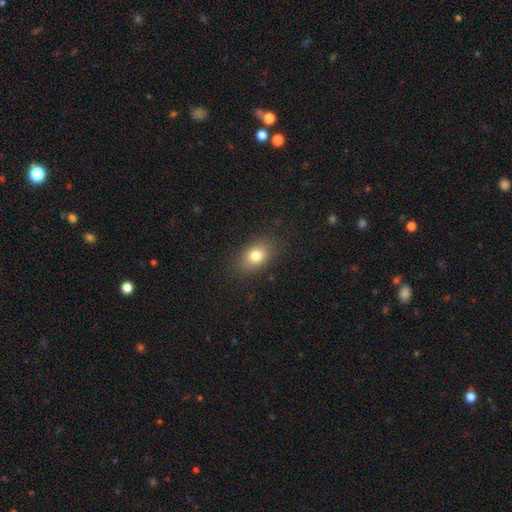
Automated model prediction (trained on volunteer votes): Smooth or featured: smooth — 79% (star or artifact — 11%)
How rounded: in between — 74% (round — 24%)
Merging: none — 85% (minor disturbance — 11%)